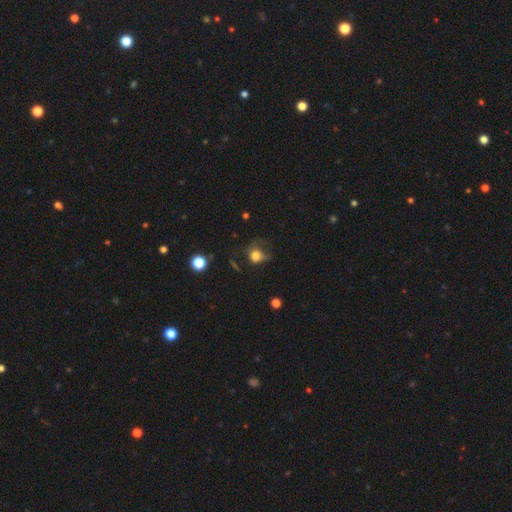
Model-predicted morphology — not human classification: Q: Smooth or featured?
A: smooth (71%); runner-up: featured or disk (15%)
Q: How rounded?
A: round (77%); runner-up: in between (22%)
Q: Merging?
A: none (40%); runner-up: major disturbance (32%)